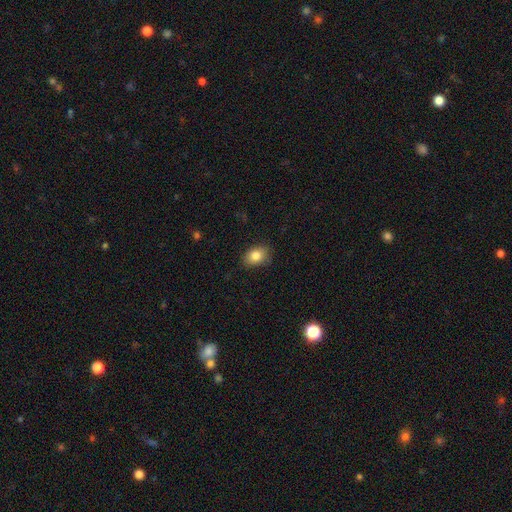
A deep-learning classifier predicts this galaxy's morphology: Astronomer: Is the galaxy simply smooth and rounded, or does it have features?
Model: smooth — 84%.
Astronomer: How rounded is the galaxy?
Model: in between — 76%.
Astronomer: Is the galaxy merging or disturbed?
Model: none — 84%.